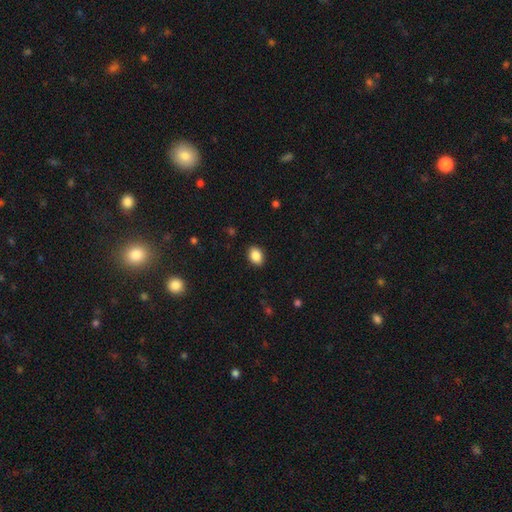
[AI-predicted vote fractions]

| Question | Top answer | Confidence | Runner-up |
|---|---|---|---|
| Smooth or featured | smooth | 87% | star or artifact (8%) |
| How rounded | in between | 73% | round (26%) |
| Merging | none | 90% | minor disturbance (7%) |